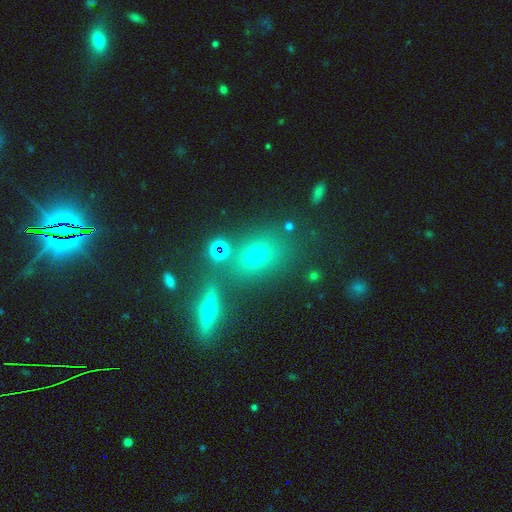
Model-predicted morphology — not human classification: Smooth or featured: smooth — 58% (star or artifact — 23%)
How rounded: in between — 57% (round — 37%)
Merging: none — 70% (merger — 13%)